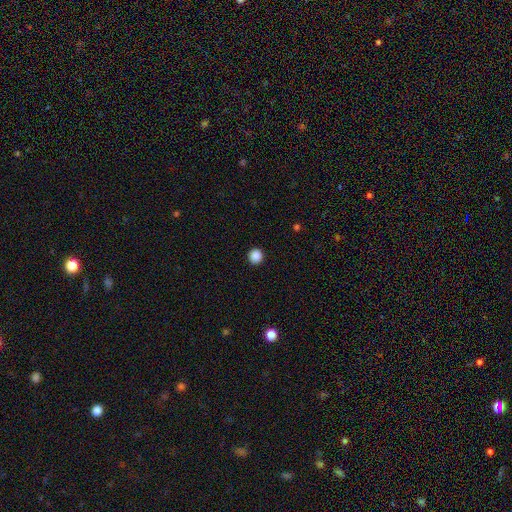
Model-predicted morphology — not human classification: Smooth or featured? smooth (88%)
How rounded? round (95%)
Merging? none (93%)